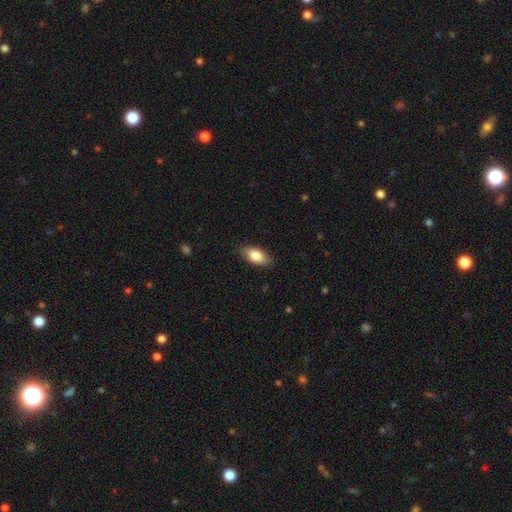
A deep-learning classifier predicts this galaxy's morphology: A smooth galaxy with no disk features (83%) that is in between round and cigar-shaped (90%). Merging: none (86%).